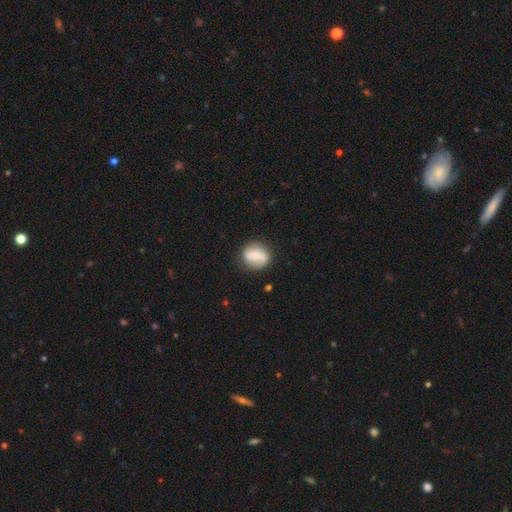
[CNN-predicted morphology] Smooth or featured? smooth (51%)
How rounded? round (74%)
Merging? none (66%)